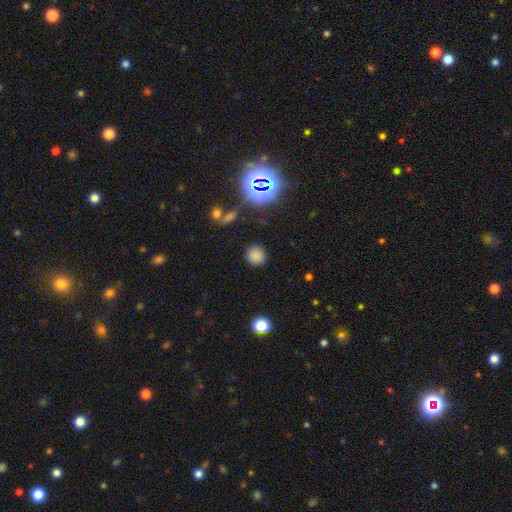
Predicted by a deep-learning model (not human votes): smooth-or-featured: smooth: 78% | star or artifact: 17% | featured or disk: 5%
  how-rounded: round: 88% | in between: 11% | cigar-shaped: 1%
  merging: none: 86% | minor disturbance: 8% | major disturbance: 3% | merger: 2%